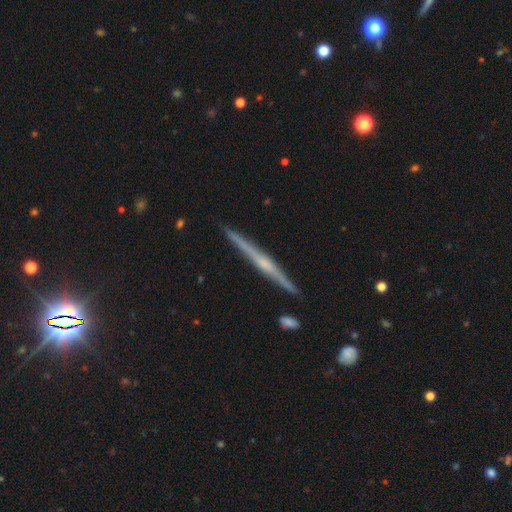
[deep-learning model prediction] The model was most divided on "edge-on bulge": rounded: 64%, none: 26%, boxy: 9%. More confident: edge-on disk — yes (98%); merging — none (91%); smooth or featured — featured or disk (79%).